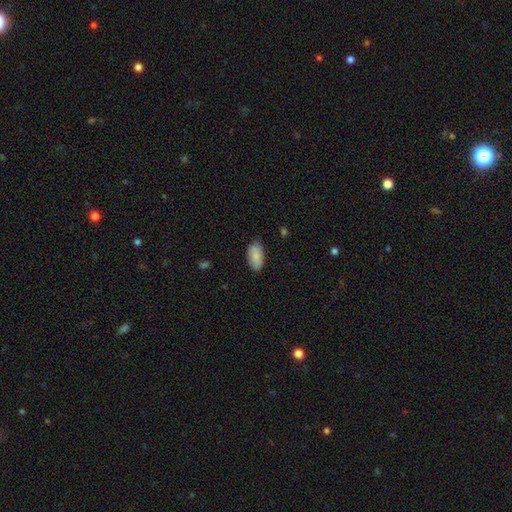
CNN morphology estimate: This is clearly a smooth galaxy (84%). How rounded: clearly in between (94%). Merging: clearly none (83%).